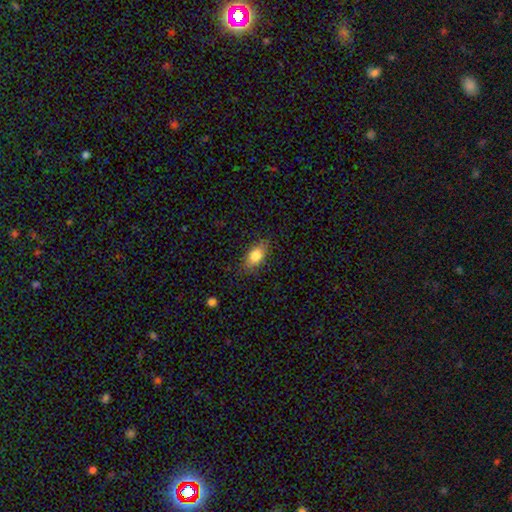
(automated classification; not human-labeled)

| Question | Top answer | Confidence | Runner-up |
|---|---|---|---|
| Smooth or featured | smooth | 81% | featured or disk (11%) |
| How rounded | in between | 86% | round (9%) |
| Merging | none | 82% | minor disturbance (14%) |